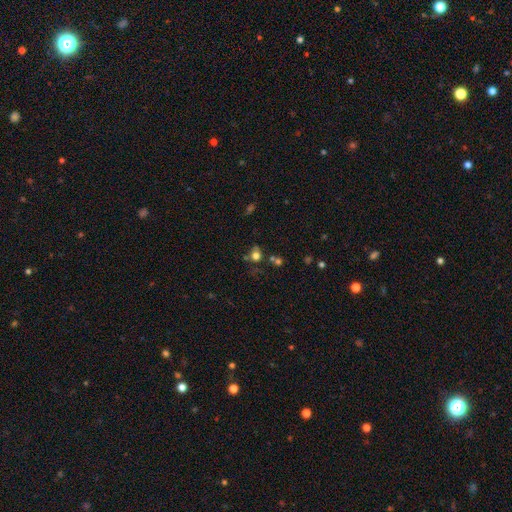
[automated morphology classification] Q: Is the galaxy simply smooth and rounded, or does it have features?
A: smooth — 67%.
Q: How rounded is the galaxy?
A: round — 80%.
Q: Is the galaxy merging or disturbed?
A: none — 56%.